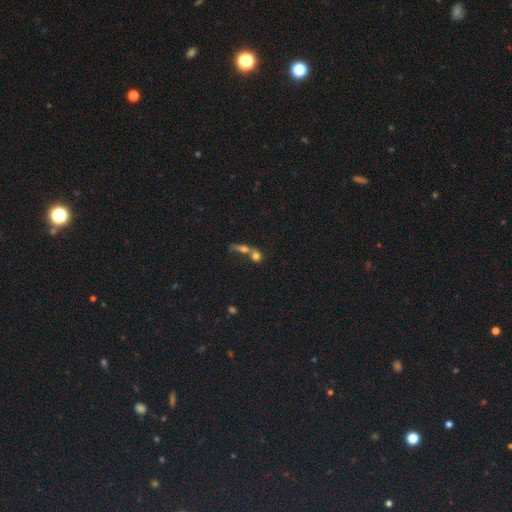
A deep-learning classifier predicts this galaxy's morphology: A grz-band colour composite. It shows a smooth galaxy with no disk features (65%) that is round (61%). Merging: merger (66%).